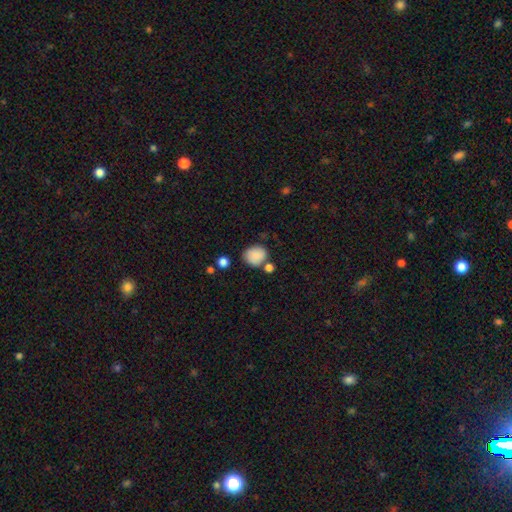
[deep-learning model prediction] smooth_or_featured: smooth (p=0.86) [alt: star or artifact p=0.08]
how_rounded: round (p=0.64) [alt: in between p=0.35]
merging: none (p=0.65) [alt: minor disturbance p=0.16]